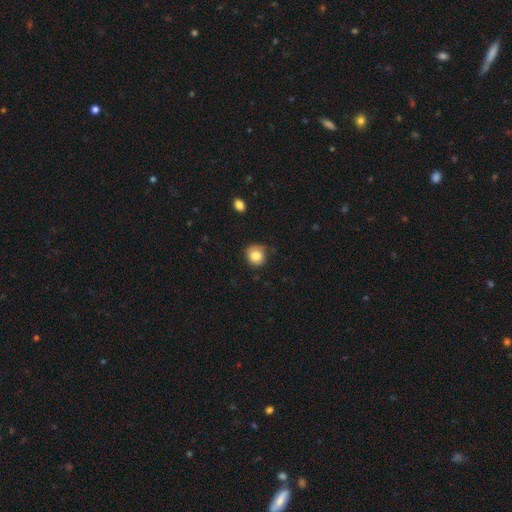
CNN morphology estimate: smooth_or_featured: smooth (p=0.82) [alt: featured or disk p=0.09]
how_rounded: round (p=0.83) [alt: in between p=0.16]
merging: none (p=0.66) [alt: minor disturbance p=0.25]